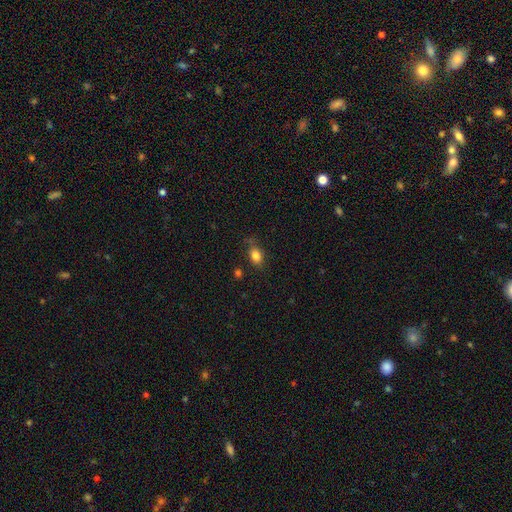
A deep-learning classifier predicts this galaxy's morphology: Overall: smooth (82%). How rounded: in between (72%). Merging: none (69%).